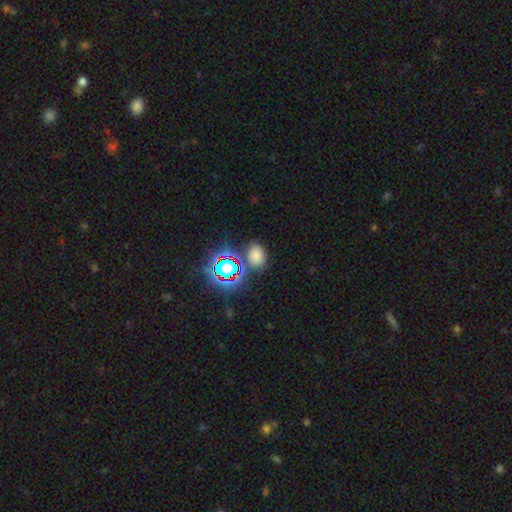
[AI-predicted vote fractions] This appears to be a smooth galaxy with no disk features (64%) that is in between round and cigar-shaped (73%). Merging: none (74%).